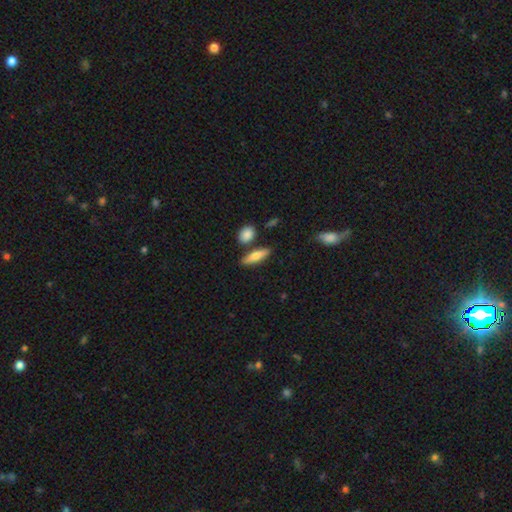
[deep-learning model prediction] A smooth galaxy with no disk features (72%) that is cigar-shaped (57%).

Vote fractions:
- Smooth or featured? smooth: 72% / featured or disk: 22% / star or artifact: 6%
- How rounded? cigar-shaped: 57% / in between: 39% / round: 4%
- Merging? none: 76% / minor disturbance: 12% / merger: 9% / major disturbance: 3%